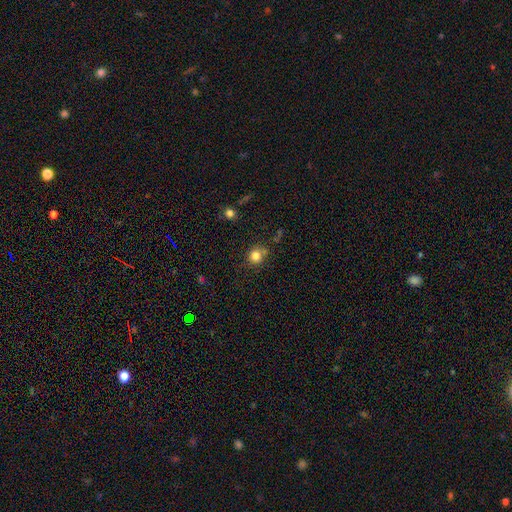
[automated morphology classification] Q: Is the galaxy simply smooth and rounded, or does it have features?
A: smooth — 82%.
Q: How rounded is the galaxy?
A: round — 86%.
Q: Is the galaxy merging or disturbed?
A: none — 71%.